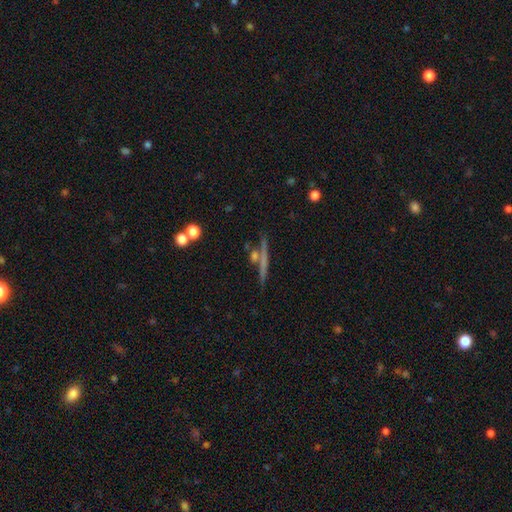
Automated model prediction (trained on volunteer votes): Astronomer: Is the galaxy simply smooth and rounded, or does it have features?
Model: smooth — 45%, tied with featured or disk at 45%.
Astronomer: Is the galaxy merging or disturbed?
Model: none — 71%.